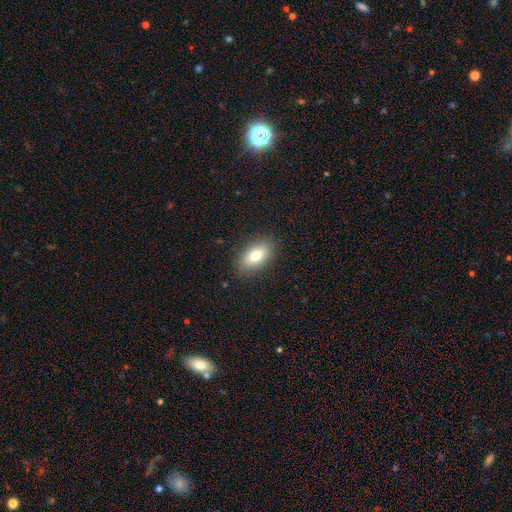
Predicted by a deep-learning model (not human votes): Smooth or featured? smooth (77%)
How rounded? in between (90%)
Merging? none (86%)